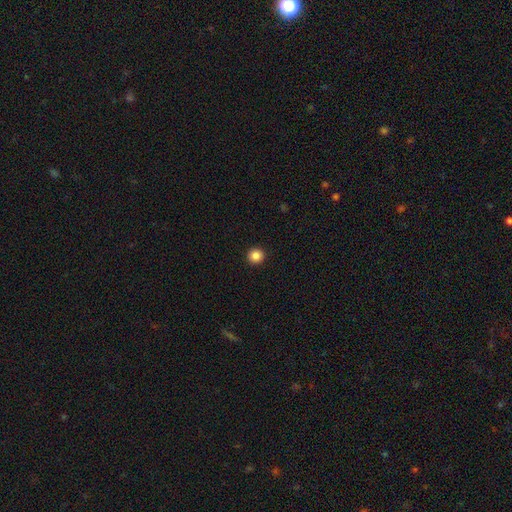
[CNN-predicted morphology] Q: Smooth or featured?
A: smooth (86%); runner-up: star or artifact (10%)
Q: How rounded?
A: round (95%); runner-up: in between (4%)
Q: Merging?
A: none (94%); runner-up: minor disturbance (4%)